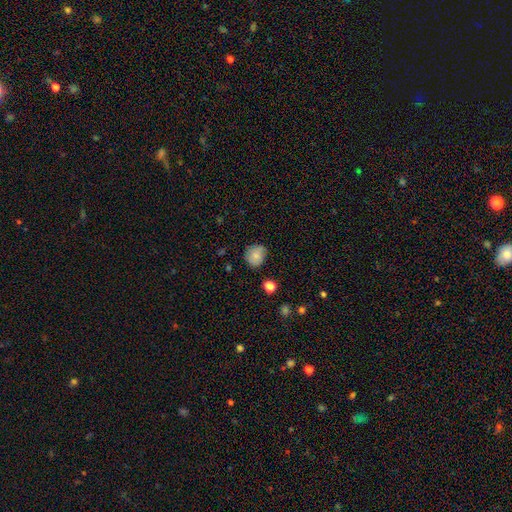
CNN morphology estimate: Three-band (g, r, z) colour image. It shows a smooth galaxy with no disk features (80%) that is round (76%). Merging: none (72%).